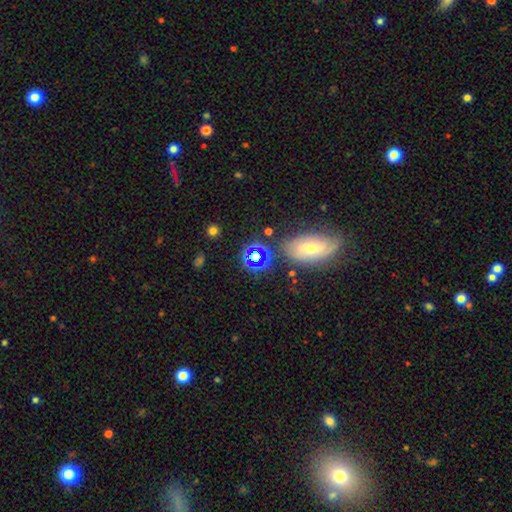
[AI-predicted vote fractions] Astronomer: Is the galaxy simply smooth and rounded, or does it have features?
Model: star or artifact — 50% (runner-up: smooth, 37%).